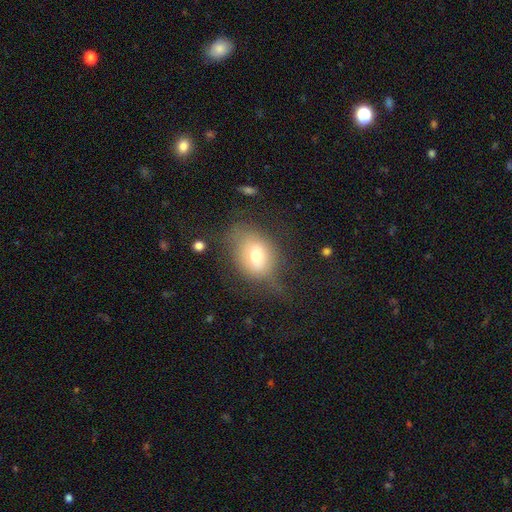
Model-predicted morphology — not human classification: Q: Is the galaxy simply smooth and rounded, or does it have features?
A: smooth — 64%.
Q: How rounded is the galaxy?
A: in between — 57%.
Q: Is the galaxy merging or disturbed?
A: none — 46%.